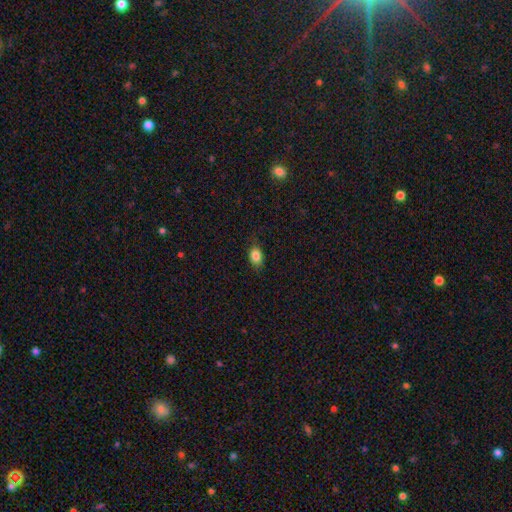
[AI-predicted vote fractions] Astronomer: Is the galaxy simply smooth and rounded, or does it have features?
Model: smooth — 84%.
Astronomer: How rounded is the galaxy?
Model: in between — 72%.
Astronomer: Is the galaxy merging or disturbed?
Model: none — 81%.